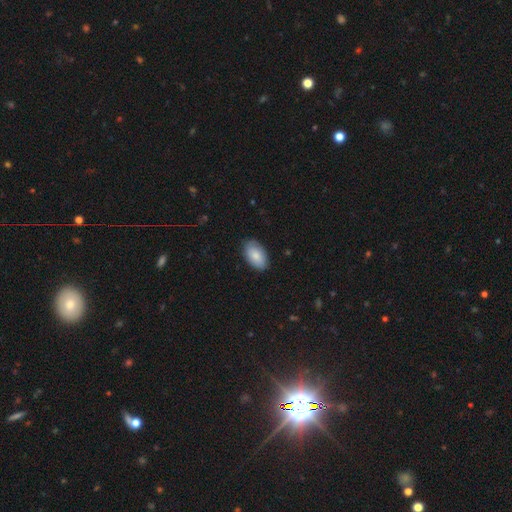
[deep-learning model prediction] Smooth or featured: smooth — 78% (featured or disk — 16%)
How rounded: in between — 94% (round — 5%)
Merging: none — 81% (minor disturbance — 15%)